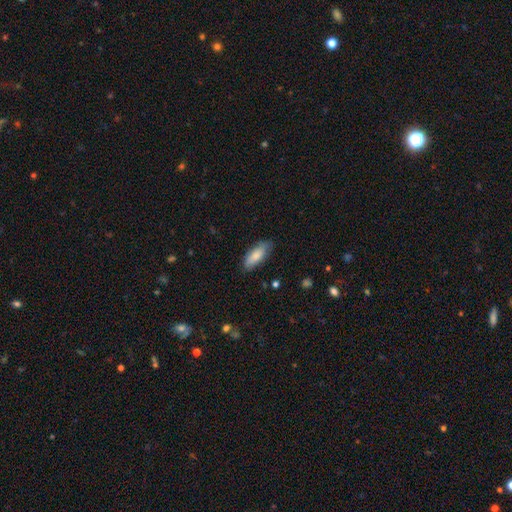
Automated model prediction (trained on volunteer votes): The model was most divided on "how rounded": in between: 75%, cigar-shaped: 23%, round: 2%. More confident: smooth or featured — smooth (81%); merging — none (80%).